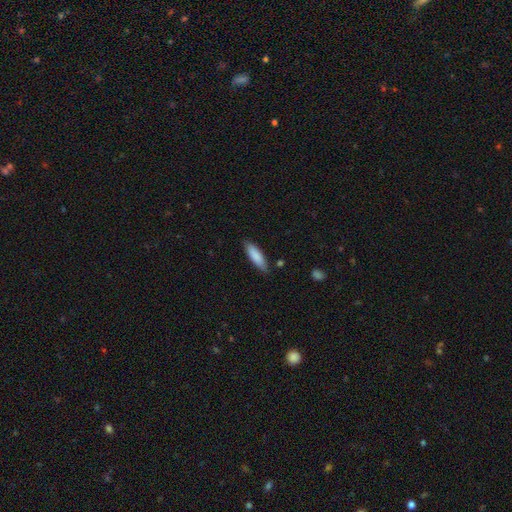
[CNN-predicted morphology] This is clearly a smooth galaxy (85%). How rounded: possibly cigar-shaped (59%). Merging: clearly none (84%).